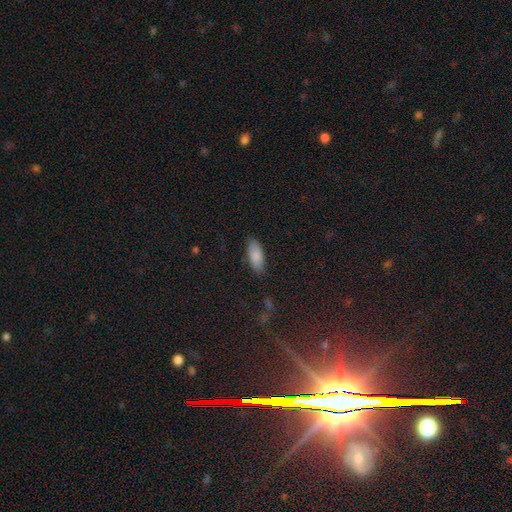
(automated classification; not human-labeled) smooth 86%, featured or disk 7%, star or artifact 7%. Down the decision tree: how rounded — in between (84%); merging — none (85%).